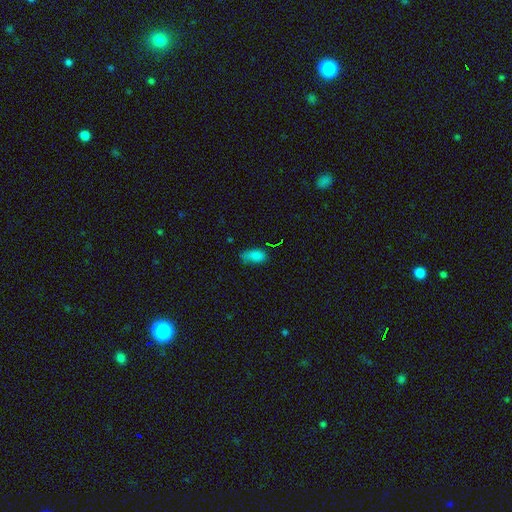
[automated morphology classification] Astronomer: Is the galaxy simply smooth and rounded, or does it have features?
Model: smooth — 80%.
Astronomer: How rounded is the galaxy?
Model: in between — 90%.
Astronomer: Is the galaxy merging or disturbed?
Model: none — 56%.